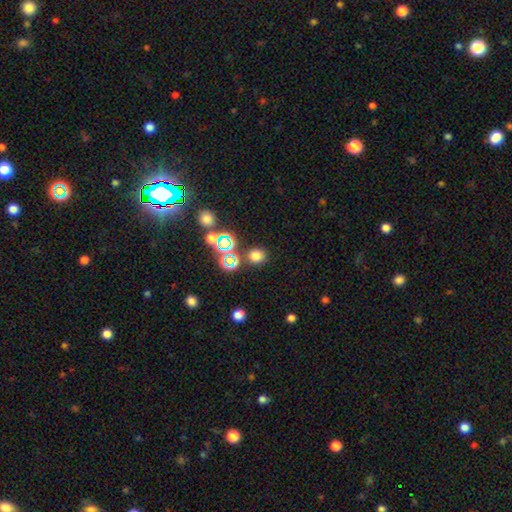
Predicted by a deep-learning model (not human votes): smooth 69%, star or artifact 25%, featured or disk 6%. Down the decision tree: how rounded — round (80%); merging — none (82%).